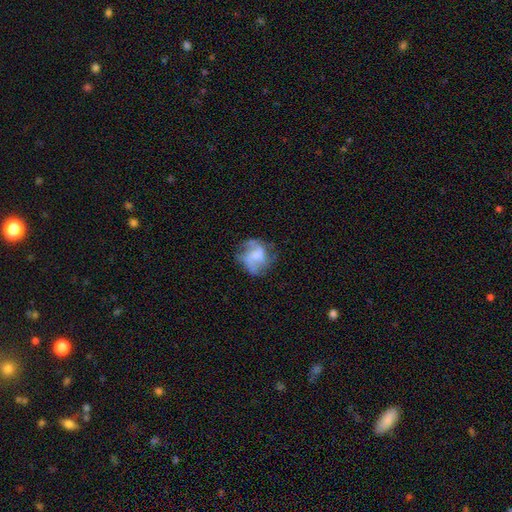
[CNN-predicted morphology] Smooth or featured?
  - featured or disk: 58% *
  - smooth: 33%
  - star or artifact: 9%
Edge-on disk?
  - no: 98% *
  - yes: 2%
Bar?
  - no: 60% *
  - weak: 31%
  - strong: 9%
Spiral arms?
  - yes: 70% *
  - no: 30%
Bulge size?
  - none: 45% *
  - moderate: 22%
  - small: 17%
  - large: 14%
  - dominant: 3%
Merging?
  - none: 51% *
  - major disturbance: 24%
  - minor disturbance: 23%
  - merger: 3%